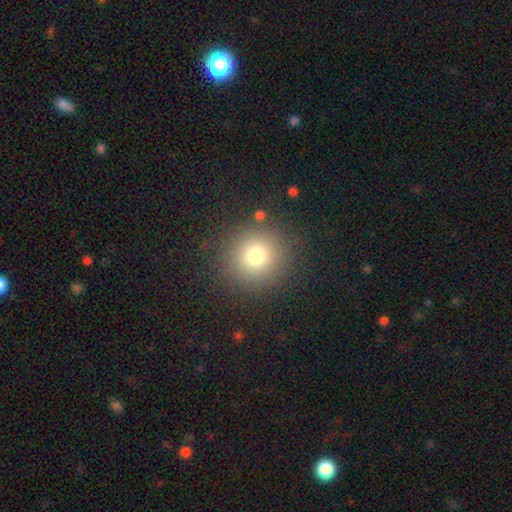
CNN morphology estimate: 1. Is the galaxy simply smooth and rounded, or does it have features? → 76% smooth, 15% star or artifact, 9% featured or disk.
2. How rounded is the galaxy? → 94% round, 5% in between, 1% cigar-shaped.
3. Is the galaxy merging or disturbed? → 88% none, 7% minor disturbance, 4% major disturbance, 2% merger.